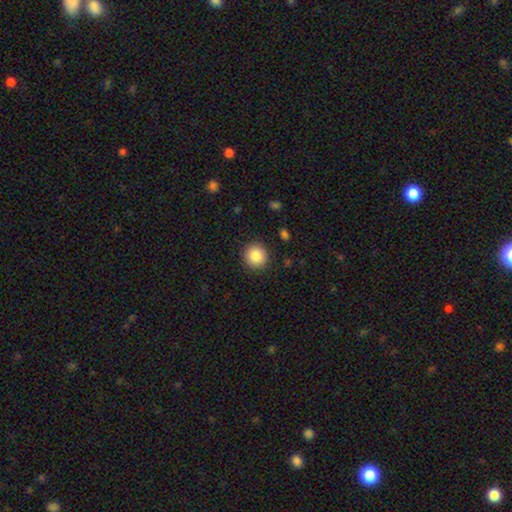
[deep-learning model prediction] Smooth or featured?
  - smooth: 88% *
  - star or artifact: 8%
  - featured or disk: 4%
How rounded?
  - round: 91% *
  - in between: 8%
  - cigar-shaped: 1%
Merging?
  - none: 90% *
  - minor disturbance: 6%
  - major disturbance: 2%
  - merger: 1%